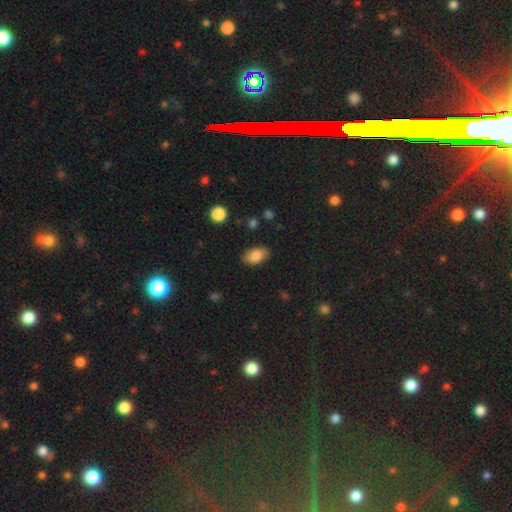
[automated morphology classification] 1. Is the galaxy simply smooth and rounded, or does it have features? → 86% smooth, 8% star or artifact, 6% featured or disk.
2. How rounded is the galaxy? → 91% in between, 8% round, 2% cigar-shaped.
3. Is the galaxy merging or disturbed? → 85% none, 11% minor disturbance, 3% major disturbance, 1% merger.